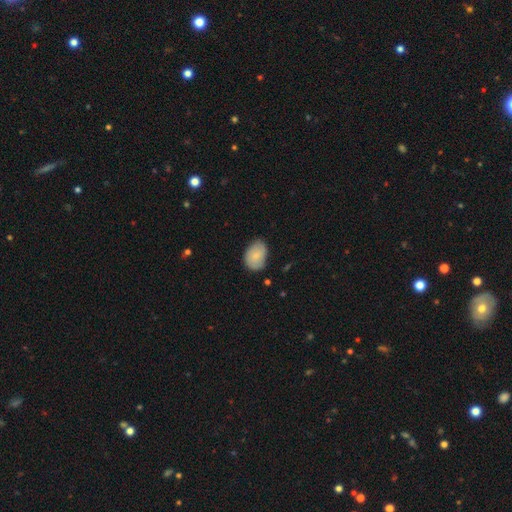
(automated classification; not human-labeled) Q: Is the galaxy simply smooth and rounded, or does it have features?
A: smooth — 79%.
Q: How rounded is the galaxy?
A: in between — 78%.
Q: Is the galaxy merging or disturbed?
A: none — 67%.